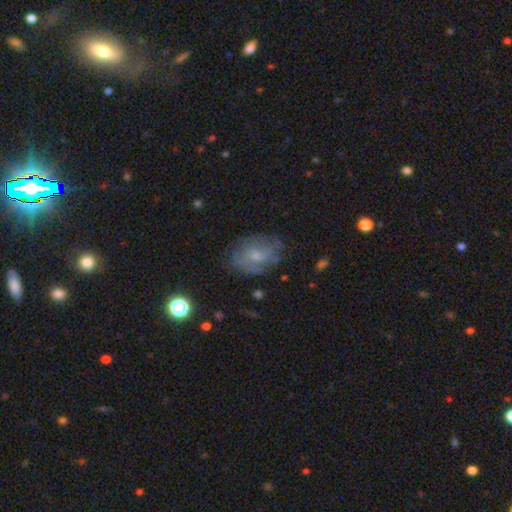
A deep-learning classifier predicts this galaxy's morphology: Smooth or featured? Predicted: smooth (p=0.46). Merging? Predicted: none (p=0.65).